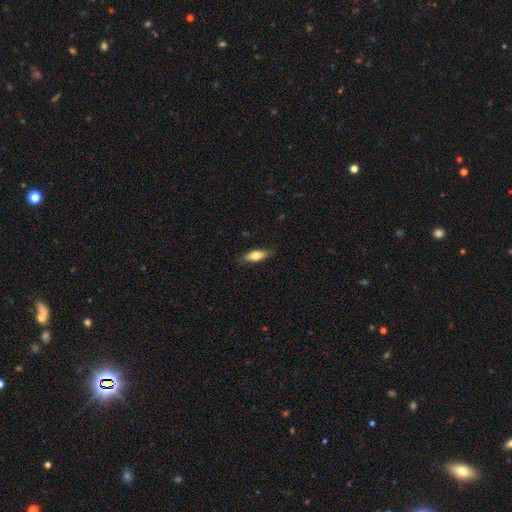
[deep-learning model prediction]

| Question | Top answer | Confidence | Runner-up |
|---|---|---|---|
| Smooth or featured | smooth | 69% | featured or disk (25%) |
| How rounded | in between | 65% | cigar-shaped (32%) |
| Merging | none | 83% | minor disturbance (13%) |